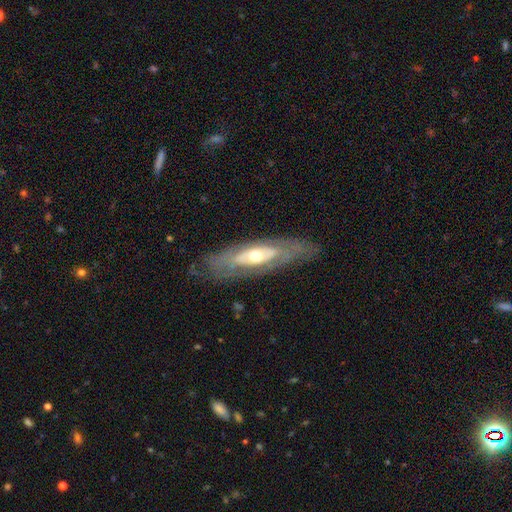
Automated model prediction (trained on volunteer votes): Smooth or featured? featured or disk (67%)
Edge-on disk? no (73%)
Merging? none (77%)